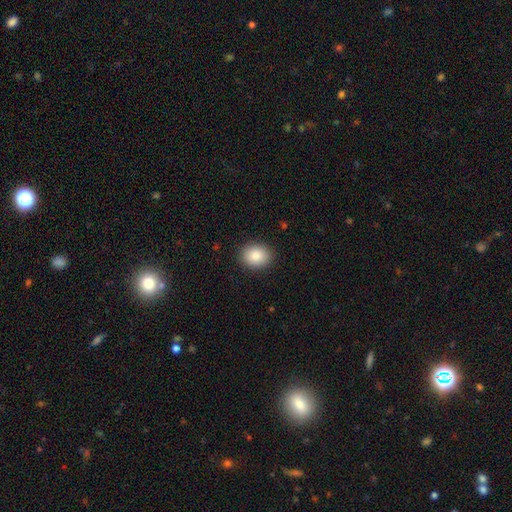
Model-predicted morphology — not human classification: smooth_or_featured: smooth (p=0.87) [alt: star or artifact p=0.08]
how_rounded: in between (p=0.52) [alt: round p=0.48]
merging: none (p=0.90) [alt: minor disturbance p=0.07]